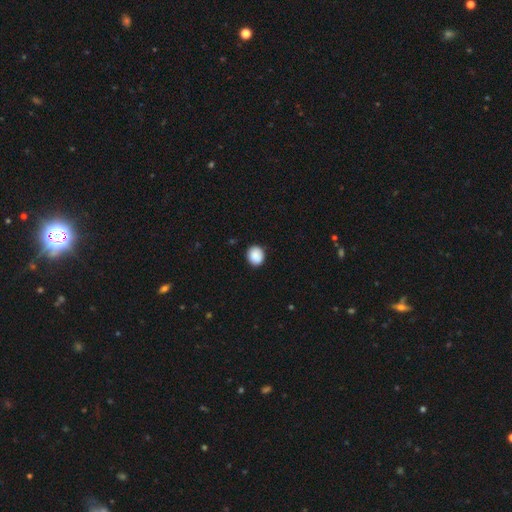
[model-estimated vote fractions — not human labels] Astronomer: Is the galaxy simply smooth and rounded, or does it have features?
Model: smooth — 89%.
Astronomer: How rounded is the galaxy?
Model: round — 75%.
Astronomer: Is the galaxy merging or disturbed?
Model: none — 89%.